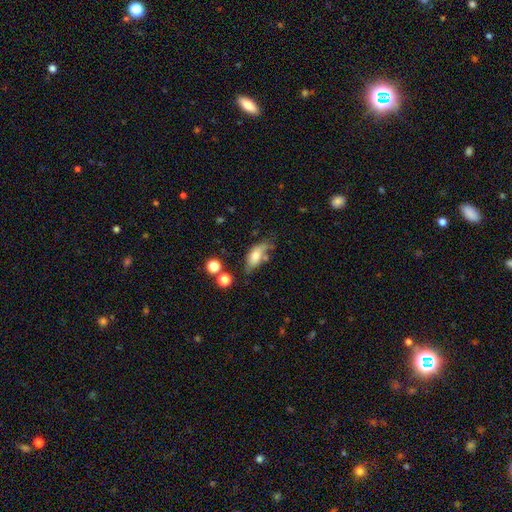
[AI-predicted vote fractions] This is likely a smooth galaxy (68%). How rounded: clearly in between (80%). Merging: marginally none (44%).